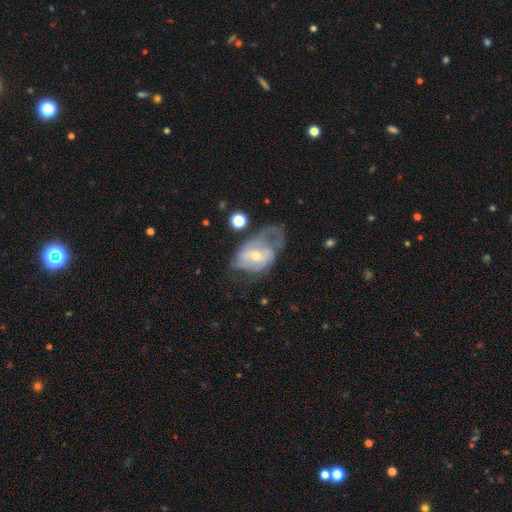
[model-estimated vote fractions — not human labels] A featured or disk galaxy (60%) with no bar (57%), spiral arms (58%) and a small central bulge (53%).

Vote fractions:
- Smooth or featured? featured or disk: 60% / smooth: 33% / star or artifact: 8%
- Edge-on disk? no: 94% / yes: 6%
- Bar? no: 57% / weak: 34% / strong: 9%
- Spiral arms? yes: 58% / no: 42%
- Bulge size? small: 53% / moderate: 41% / large: 3% / none: 2% / dominant: 1%
- Merging? major disturbance: 46% / minor disturbance: 26% / none: 24% / merger: 5%